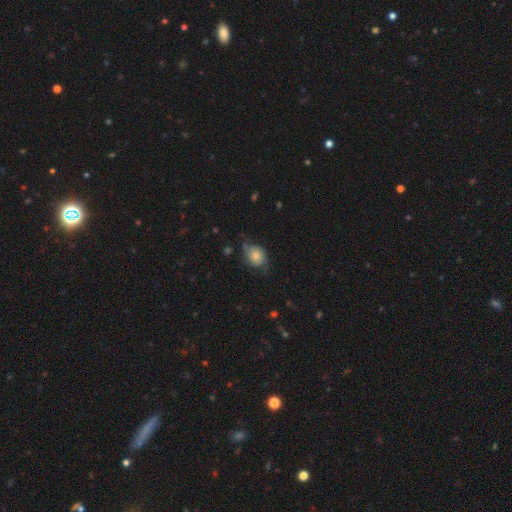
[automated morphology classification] Q: Smooth or featured?
A: featured or disk (50%); runner-up: smooth (41%)
Q: Edge-on disk?
A: no (96%); runner-up: yes (4%)
Q: Merging?
A: none (56%); runner-up: minor disturbance (28%)